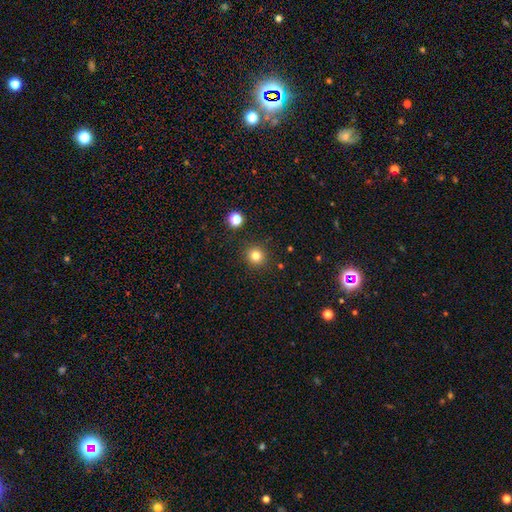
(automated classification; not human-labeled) This is clearly a smooth galaxy (81%). How rounded: clearly round (94%). Merging: clearly none (90%).